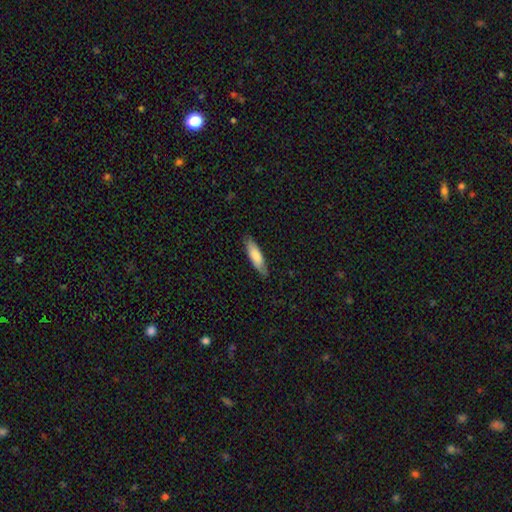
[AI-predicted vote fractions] Smooth or featured? smooth (77%)
How rounded? cigar-shaped (56%)
Merging? none (82%)